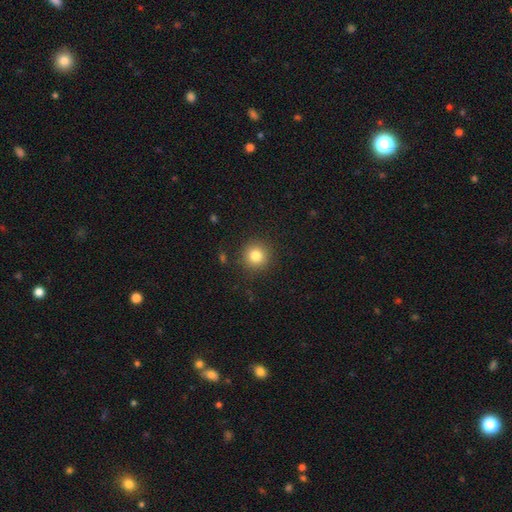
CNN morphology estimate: Overall: smooth (82%). How rounded: round (94%). Merging: none (89%).